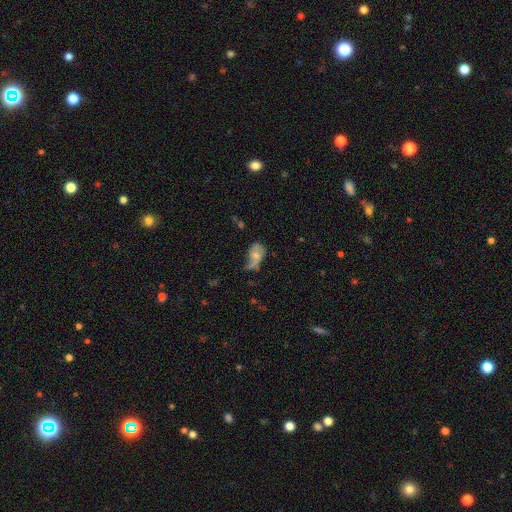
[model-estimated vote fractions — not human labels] Smooth or featured? smooth (48%)
Merging? major disturbance (37%)